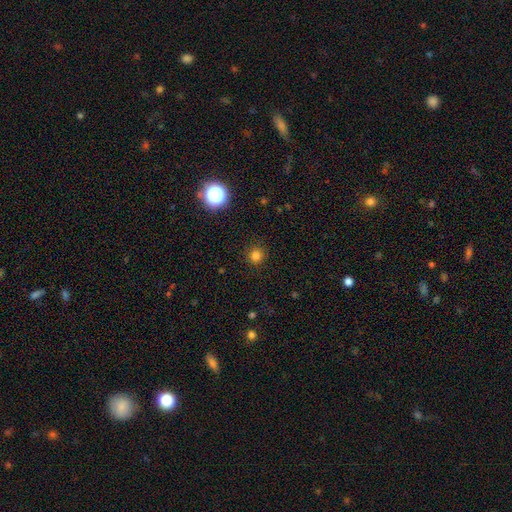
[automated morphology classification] This is likely a smooth galaxy (79%). How rounded: clearly round (93%). Merging: clearly none (89%).